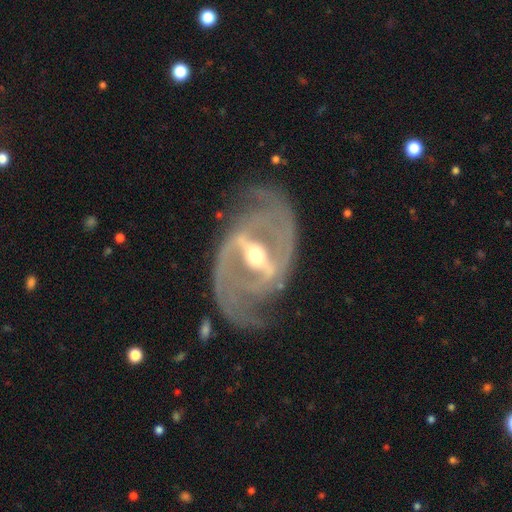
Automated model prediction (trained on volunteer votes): smooth-or-featured: featured or disk: 91% | smooth: 5% | star or artifact: 4%
  disk-edge-on: no: 93% | yes: 7%
    bar: strong: 74% | weak: 19% | no: 7%
    has-spiral-arms: yes: 86% | no: 14%
      spiral-winding: medium: 42% | tight: 35% | loose: 23%
      spiral-arm-count: 2: 80% | can't tell: 9% | 3: 4% | 1: 3% | 4: 2% | more than 4: 2%
    bulge-size: moderate: 72% | small: 19% | large: 7% | dominant: 1% | none: 1%
  merging: none: 61% | minor disturbance: 20% | major disturbance: 16% | merger: 3%